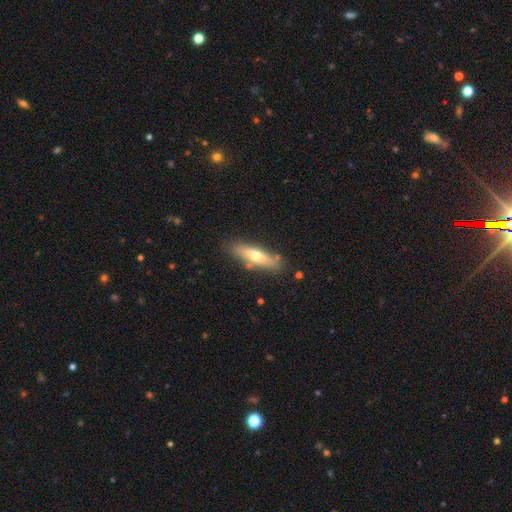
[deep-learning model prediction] Smooth or featured? smooth (53%)
How rounded? cigar-shaped (67%)
Merging? none (81%)